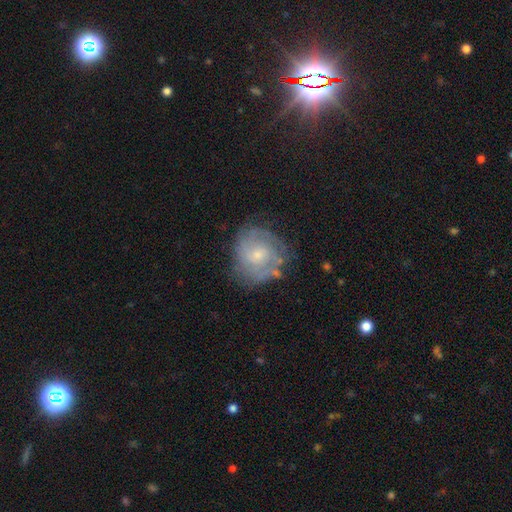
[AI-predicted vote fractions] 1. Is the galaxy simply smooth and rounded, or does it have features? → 66% featured or disk, 26% smooth, 8% star or artifact.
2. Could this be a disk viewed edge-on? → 98% no, 2% yes.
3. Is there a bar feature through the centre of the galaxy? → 69% no, 27% weak, 4% strong.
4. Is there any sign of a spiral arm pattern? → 80% yes, 20% no.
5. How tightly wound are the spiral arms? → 57% tight, 33% medium, 11% loose.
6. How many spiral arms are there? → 45% can't tell, 29% 2, 13% 3, 5% 1, 5% 4, 4% more than 4.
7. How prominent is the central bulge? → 62% small, 31% moderate, 4% none, 2% large, 1% dominant.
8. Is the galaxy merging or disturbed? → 65% none, 21% minor disturbance, 10% major disturbance, 3% merger.